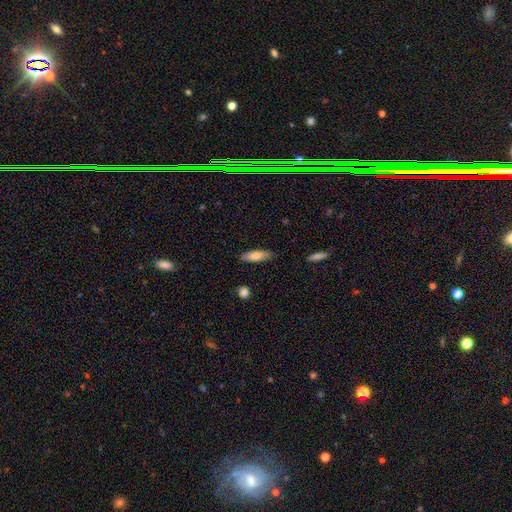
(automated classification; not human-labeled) Morphology: type=smooth (75%); roundness=cigar-shaped (52%); merging=none (85%).